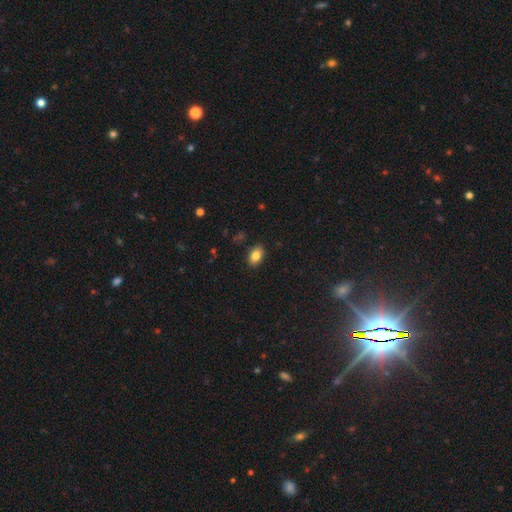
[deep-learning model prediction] A smooth galaxy with no disk features (83%) that is in between round and cigar-shaped (87%).

Vote fractions:
- Smooth or featured? smooth: 83% / star or artifact: 9% / featured or disk: 8%
- How rounded? in between: 87% / round: 11% / cigar-shaped: 2%
- Merging? none: 88% / minor disturbance: 9% / major disturbance: 2% / merger: 1%